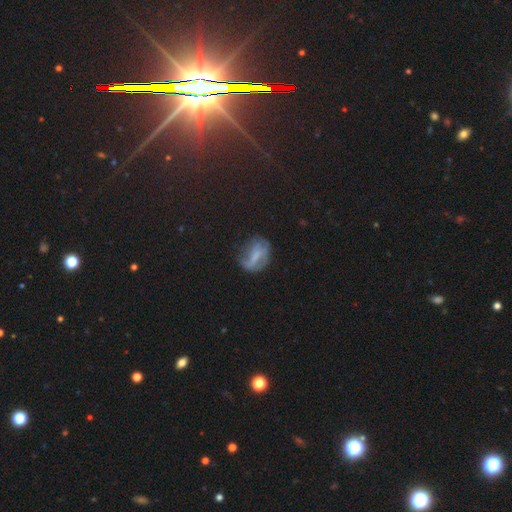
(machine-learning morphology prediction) Smooth or featured: featured or disk — 44% (smooth — 40%)
Merging: none — 47% (minor disturbance — 27%)